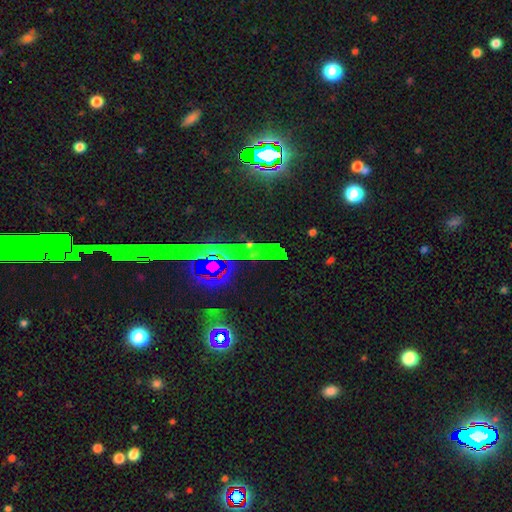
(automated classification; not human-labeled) Q: Smooth or featured?
A: star or artifact (67%); runner-up: featured or disk (19%)